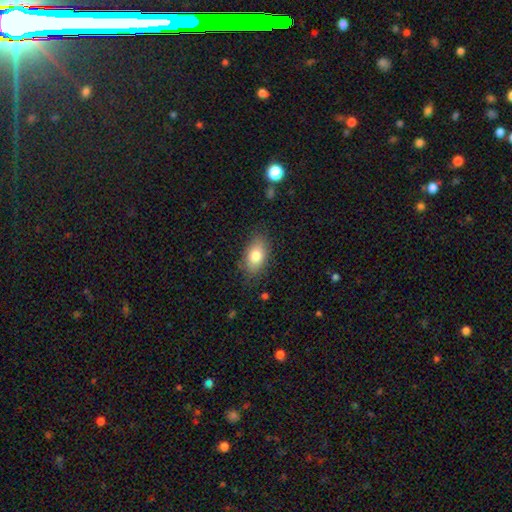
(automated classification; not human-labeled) Q: Smooth or featured?
A: smooth (79%); runner-up: featured or disk (13%)
Q: How rounded?
A: in between (89%); runner-up: round (8%)
Q: Merging?
A: none (81%); runner-up: minor disturbance (14%)